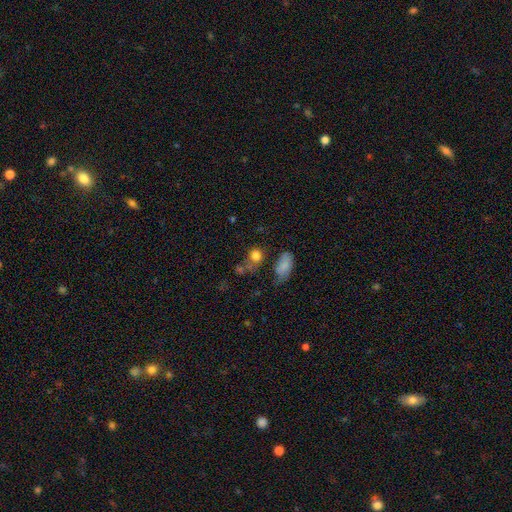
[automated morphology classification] Overall: smooth (80%). How rounded: round (66%; in between 32%). Merging: none (52%; merger 19%).